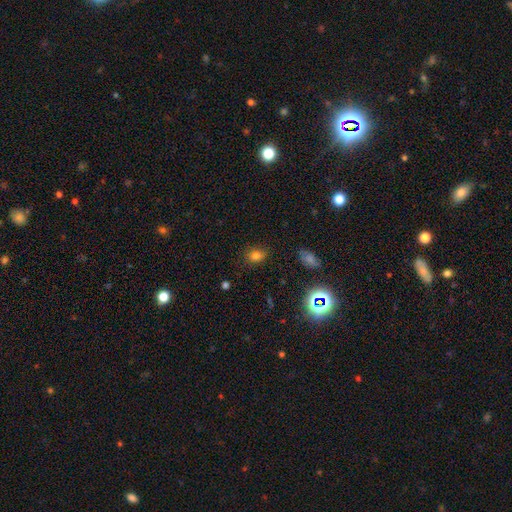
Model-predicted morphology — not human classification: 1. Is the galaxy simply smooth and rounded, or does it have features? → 75% smooth, 17% star or artifact, 7% featured or disk.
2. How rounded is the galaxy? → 50% in between, 49% round, 1% cigar-shaped.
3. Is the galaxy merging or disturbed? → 83% none, 12% minor disturbance, 3% major disturbance, 2% merger.